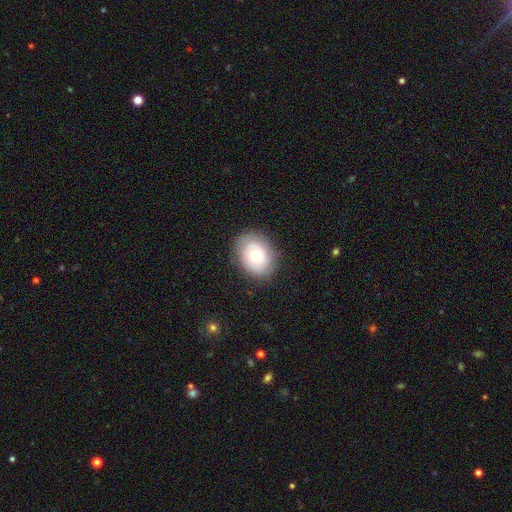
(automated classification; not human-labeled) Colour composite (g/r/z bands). It shows a smooth galaxy with no disk features (65%) that is in between round and cigar-shaped (57%). Merging: none (82%).